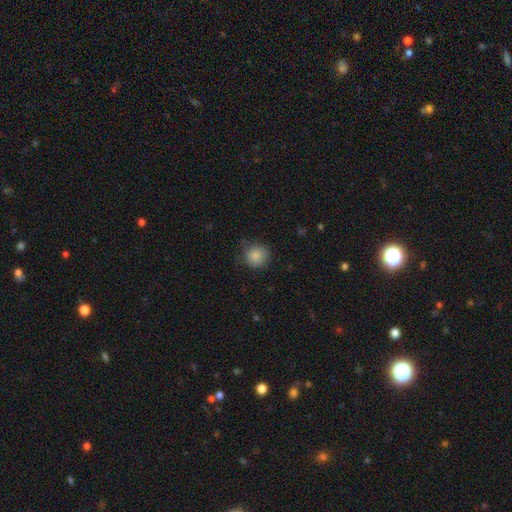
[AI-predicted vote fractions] A smooth galaxy with no disk features (86%) that is round (91%). Merging: none (80%).